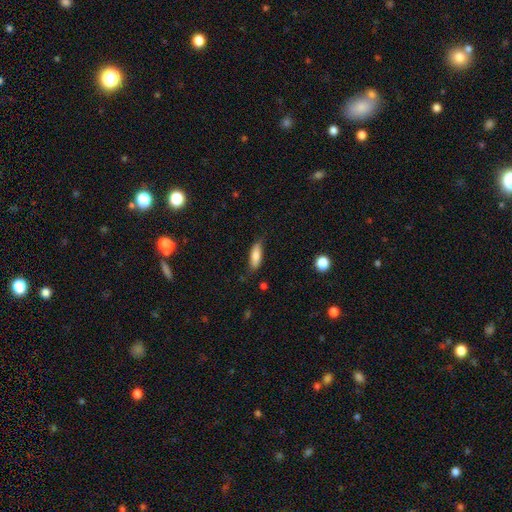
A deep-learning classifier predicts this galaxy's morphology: type=smooth (80%); roundness=in between (63%); merging=none (75%).